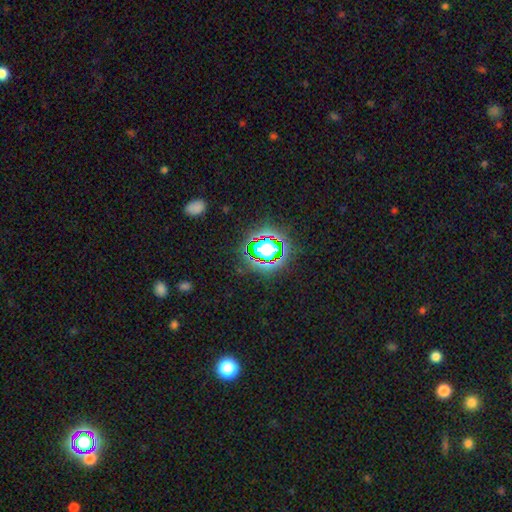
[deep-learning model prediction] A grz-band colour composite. It shows a star or artifact, not a galaxy (76%).